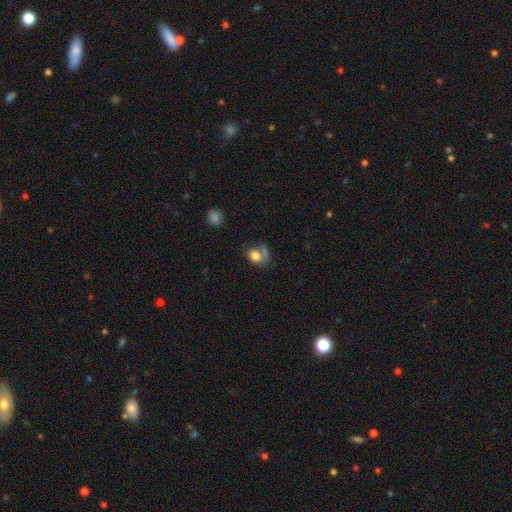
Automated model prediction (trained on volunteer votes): smooth_or_featured: smooth (p=0.74) [alt: featured or disk p=0.16]
how_rounded: in between (p=0.51) [alt: round p=0.48]
merging: none (p=0.40) [alt: minor disturbance p=0.24]